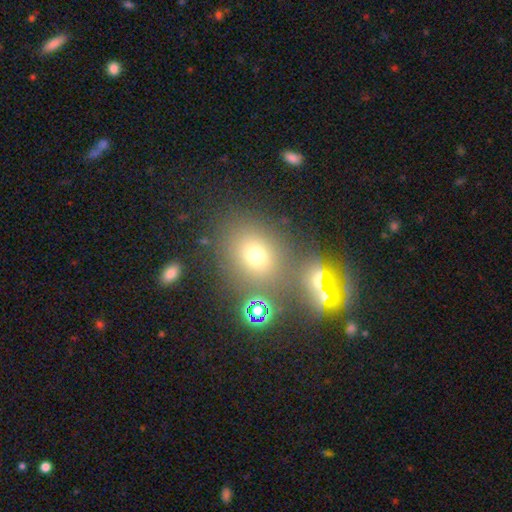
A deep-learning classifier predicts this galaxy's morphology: Smooth or featured: smooth — 64% (star or artifact — 23%)
How rounded: round — 64% (in between — 35%)
Merging: none — 69% (merger — 14%)